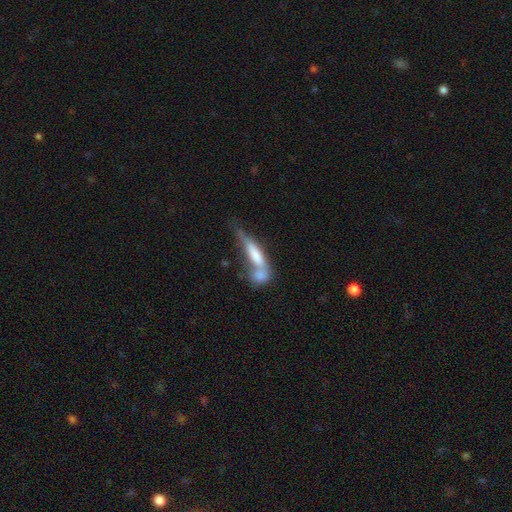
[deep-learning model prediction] Smooth or featured?
  - smooth: 63% *
  - featured or disk: 30%
  - star or artifact: 7%
How rounded?
  - cigar-shaped: 69% *
  - in between: 28%
  - round: 4%
Merging?
  - merger: 55% *
  - none: 22%
  - minor disturbance: 13%
  - major disturbance: 10%